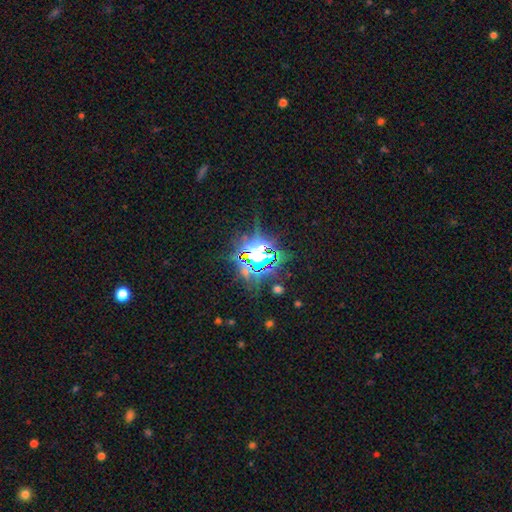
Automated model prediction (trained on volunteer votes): smooth-or-featured: star or artifact: 83% | smooth: 10% | featured or disk: 8%